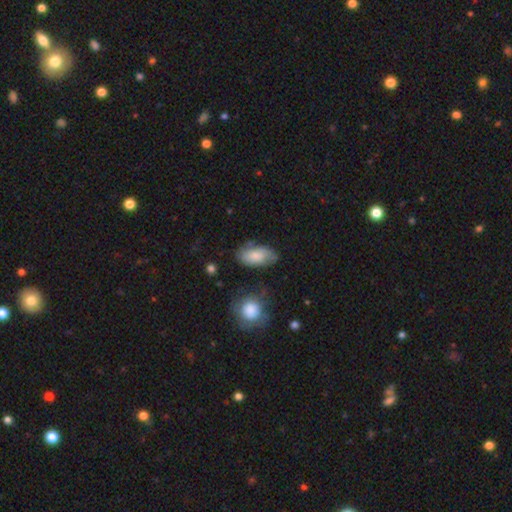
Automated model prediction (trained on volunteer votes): smooth-or-featured: smooth: 72% | featured or disk: 21% | star or artifact: 7%
  how-rounded: in between: 92% | cigar-shaped: 5% | round: 4%
  merging: none: 64% | minor disturbance: 24% | major disturbance: 7% | merger: 5%